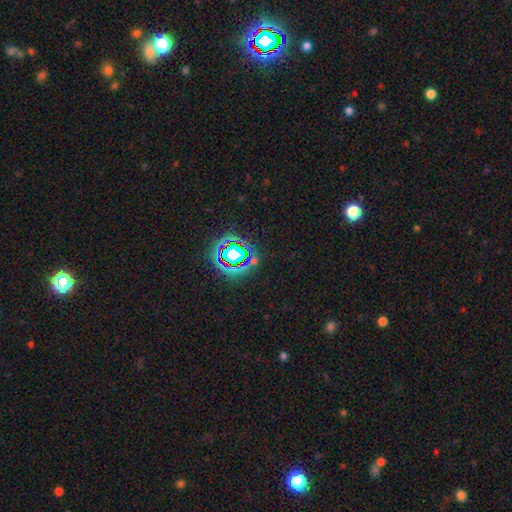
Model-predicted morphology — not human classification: type=star or artifact (78%).